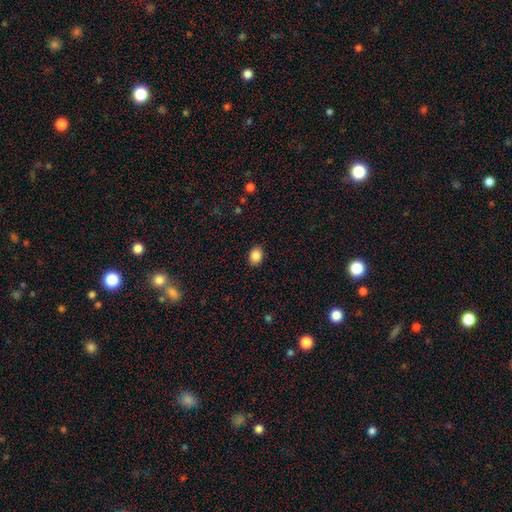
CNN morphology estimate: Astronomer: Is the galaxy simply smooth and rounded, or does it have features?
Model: smooth — 87%.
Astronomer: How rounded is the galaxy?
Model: in between — 55% (runner-up: round, 44%).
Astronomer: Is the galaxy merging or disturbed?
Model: none — 89%.